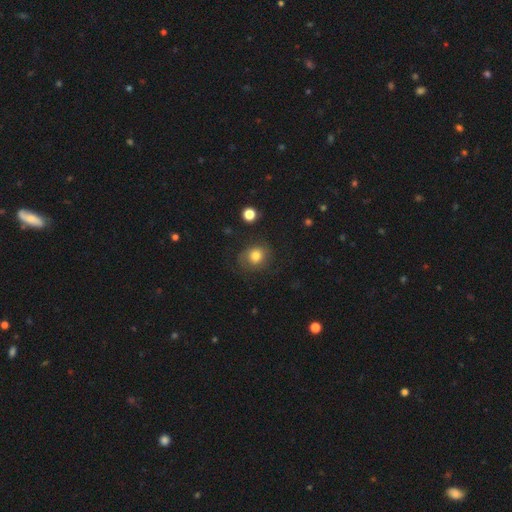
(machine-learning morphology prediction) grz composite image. It shows a smooth galaxy with no disk features (76%) that is round (72%). Merging: none (70%).